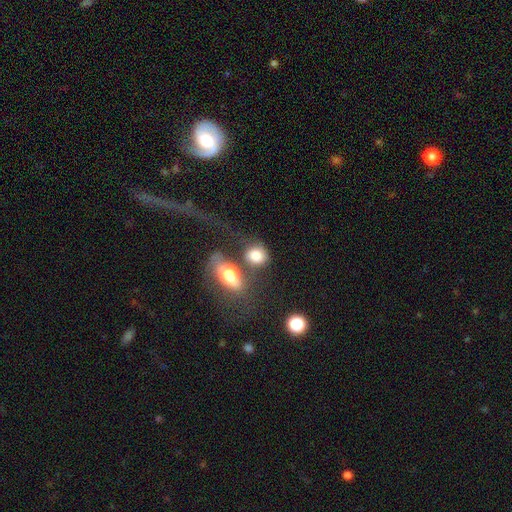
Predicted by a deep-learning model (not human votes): This is likely a smooth galaxy (74%). How rounded: possibly round (53%). Merging: marginally merger (39%).